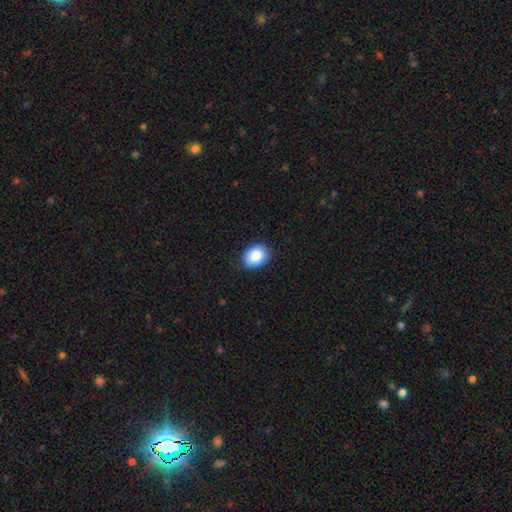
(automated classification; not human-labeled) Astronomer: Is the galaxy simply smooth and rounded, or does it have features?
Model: smooth — 87%.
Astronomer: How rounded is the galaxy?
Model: in between — 60% (runner-up: round, 39%).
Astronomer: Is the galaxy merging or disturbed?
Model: none — 84%.